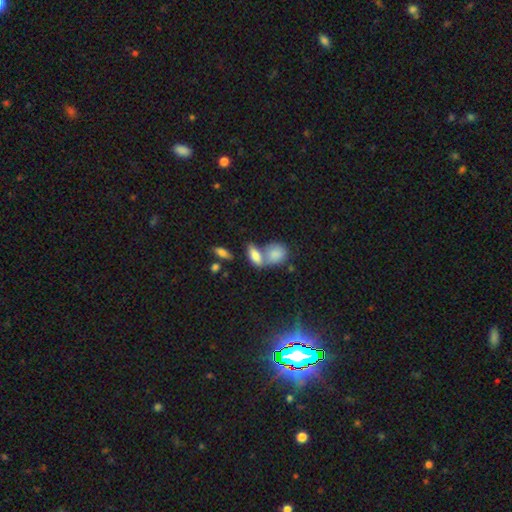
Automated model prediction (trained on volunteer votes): A smooth galaxy with no disk features (79%) that is in between round and cigar-shaped (80%). Merging: merger (49%).